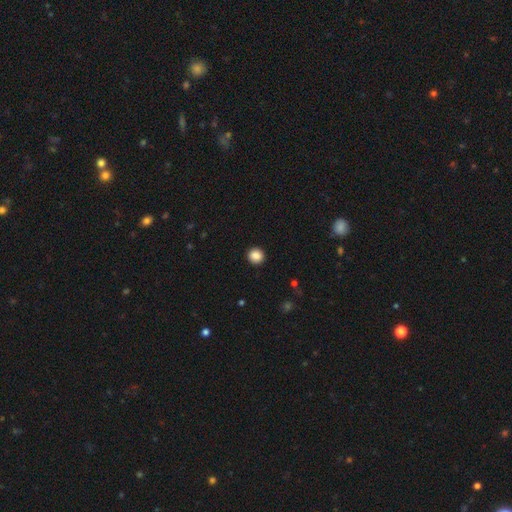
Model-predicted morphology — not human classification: A smooth galaxy with no disk features (87%) that is round (91%).

Vote fractions:
- Smooth or featured? smooth: 87% / star or artifact: 9% / featured or disk: 3%
- How rounded? round: 91% / in between: 8% / cigar-shaped: 1%
- Merging? none: 93% / minor disturbance: 4% / major disturbance: 2% / merger: 1%